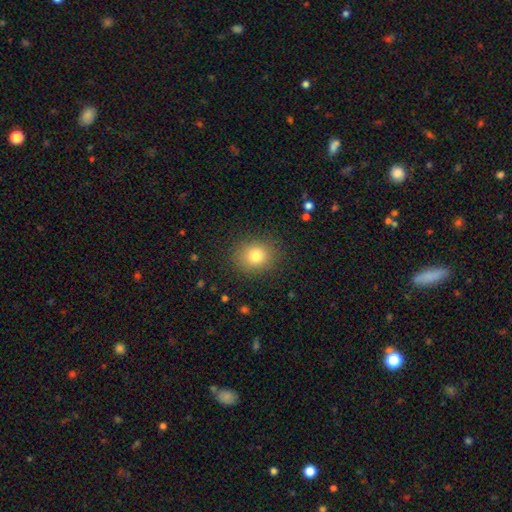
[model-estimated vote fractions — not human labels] smooth_or_featured: smooth (p=0.80) [alt: star or artifact p=0.12]
how_rounded: round (p=0.72) [alt: in between p=0.28]
merging: none (p=0.88) [alt: minor disturbance p=0.08]